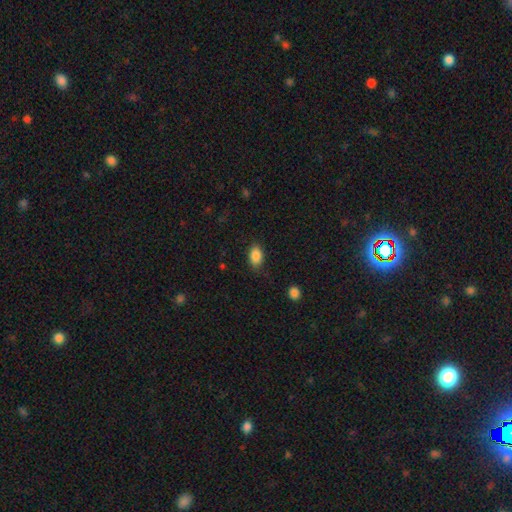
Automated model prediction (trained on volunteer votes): A smooth galaxy with no disk features (87%) that is in between round and cigar-shaped (87%).

Vote fractions:
- Smooth or featured? smooth: 87% / star or artifact: 8% / featured or disk: 5%
- How rounded? in between: 87% / round: 12% / cigar-shaped: 2%
- Merging? none: 79% / minor disturbance: 16% / major disturbance: 4% / merger: 1%